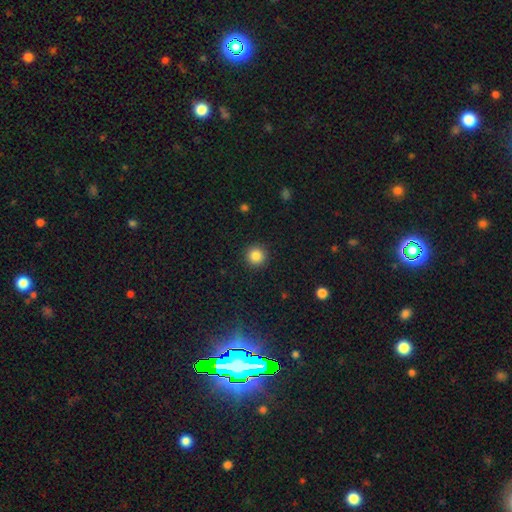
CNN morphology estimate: Smooth or featured: smooth — 85% (star or artifact — 11%)
How rounded: round — 95% (in between — 4%)
Merging: none — 92% (minor disturbance — 5%)